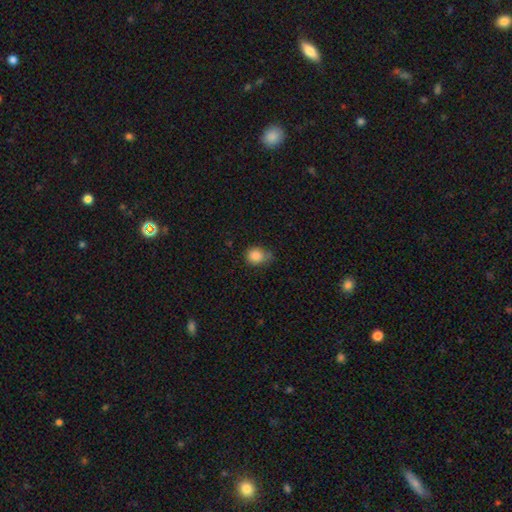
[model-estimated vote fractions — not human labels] Overall: smooth (86%). How rounded: round (67%; in between 32%). Merging: none (51%; minor disturbance 36%).